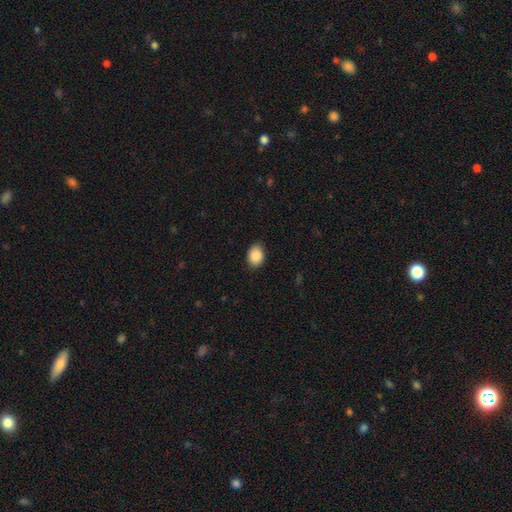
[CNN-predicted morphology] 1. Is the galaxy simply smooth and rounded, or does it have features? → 90% smooth, 7% star or artifact, 3% featured or disk.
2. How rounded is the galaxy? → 71% in between, 29% round, 1% cigar-shaped.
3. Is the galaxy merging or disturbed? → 86% none, 11% minor disturbance, 2% major disturbance, 1% merger.